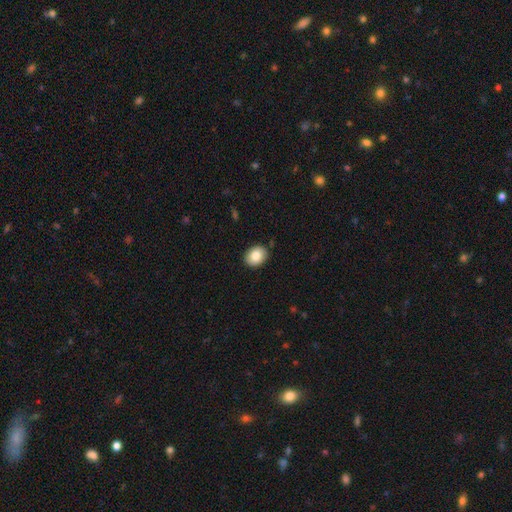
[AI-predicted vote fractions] smooth_or_featured: smooth (p=0.82) [alt: featured or disk p=0.10]
how_rounded: in between (p=0.56) [alt: round p=0.43]
merging: none (p=0.89) [alt: minor disturbance p=0.08]